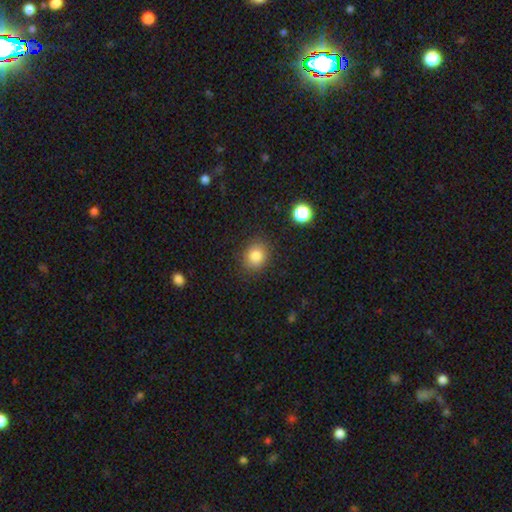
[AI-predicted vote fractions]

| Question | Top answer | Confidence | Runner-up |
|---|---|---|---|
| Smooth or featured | smooth | 83% | star or artifact (11%) |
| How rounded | round | 69% | in between (30%) |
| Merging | none | 86% | minor disturbance (10%) |